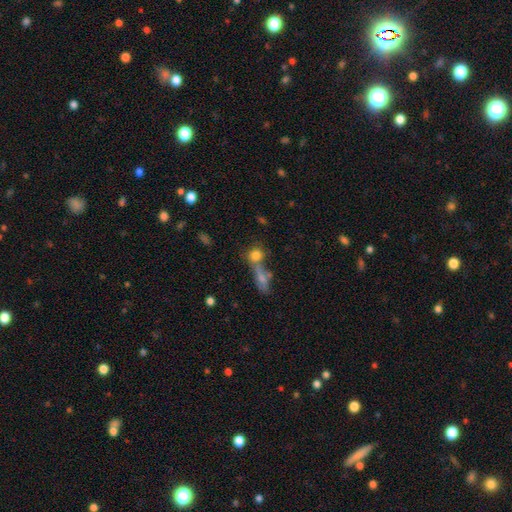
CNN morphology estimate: This is likely a smooth galaxy (75%). How rounded: likely round (72%). Merging: possibly none (47%).